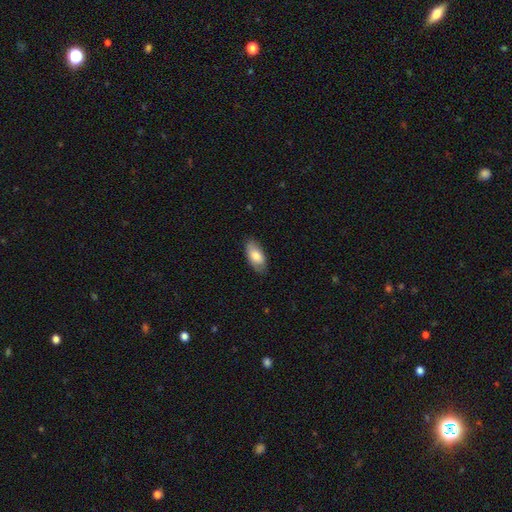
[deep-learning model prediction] Smooth or featured: smooth — 79% (featured or disk — 15%)
How rounded: in between — 91% (cigar-shaped — 7%)
Merging: none — 82% (minor disturbance — 14%)